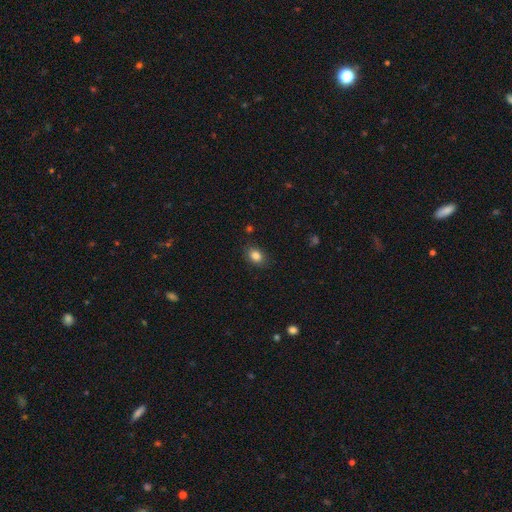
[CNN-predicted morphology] A smooth galaxy with no disk features (85%) that is in between round and cigar-shaped (65%).

Vote fractions:
- Smooth or featured? smooth: 85% / star or artifact: 10% / featured or disk: 5%
- How rounded? in between: 65% / round: 33% / cigar-shaped: 1%
- Merging? none: 85% / minor disturbance: 11% / major disturbance: 3% / merger: 1%